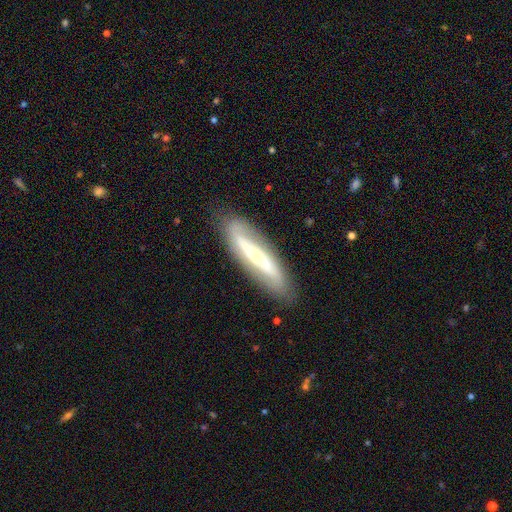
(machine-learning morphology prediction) Overall: featured or disk (67%). Edge-on disk: no (61%; yes 39%). Merging: none (81%).